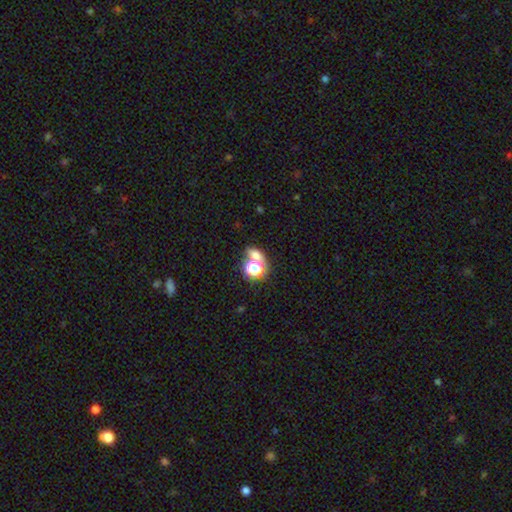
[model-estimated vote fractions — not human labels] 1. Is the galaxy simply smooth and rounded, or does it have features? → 56% smooth, 33% star or artifact, 11% featured or disk.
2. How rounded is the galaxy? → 54% round, 42% in between, 4% cigar-shaped.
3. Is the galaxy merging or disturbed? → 52% none, 32% merger, 9% minor disturbance, 6% major disturbance.